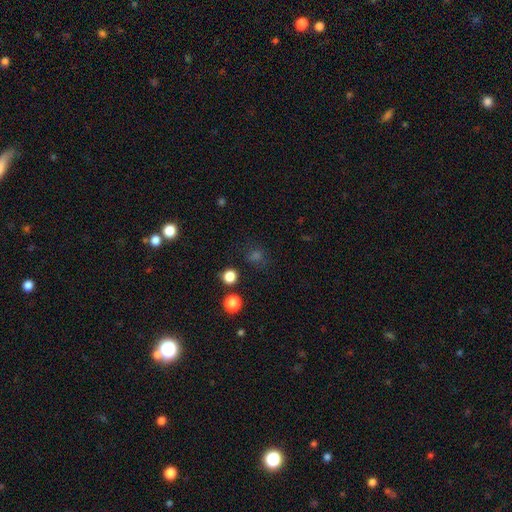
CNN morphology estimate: This is possibly a smooth galaxy (55%). How rounded: clearly round (81%). Merging: likely none (80%).